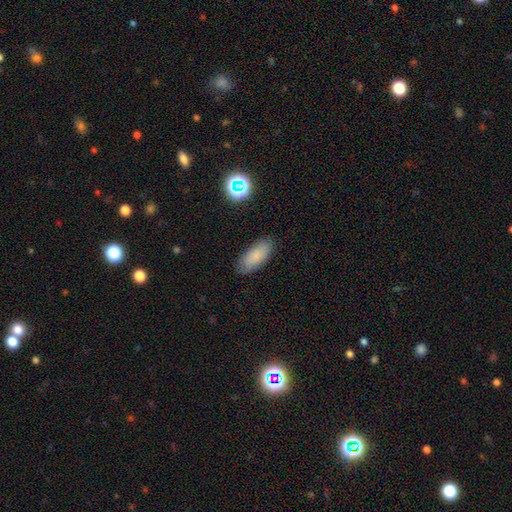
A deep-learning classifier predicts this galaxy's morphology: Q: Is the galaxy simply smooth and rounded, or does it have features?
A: smooth — 82%.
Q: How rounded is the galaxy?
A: in between — 81%.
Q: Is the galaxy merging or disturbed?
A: none — 85%.